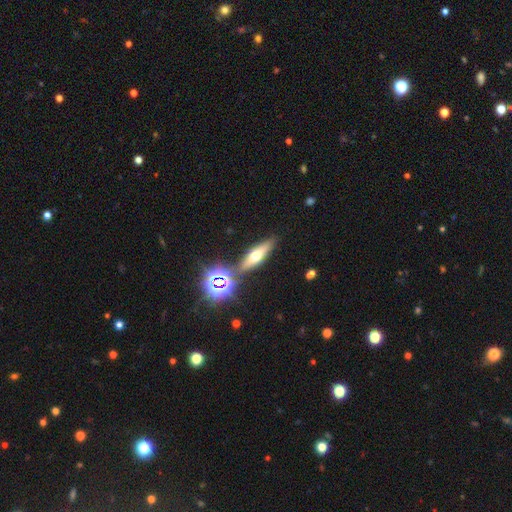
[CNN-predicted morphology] Q: Smooth or featured?
A: featured or disk (41%); runner-up: smooth (40%)
Q: Merging?
A: none (80%); runner-up: minor disturbance (10%)